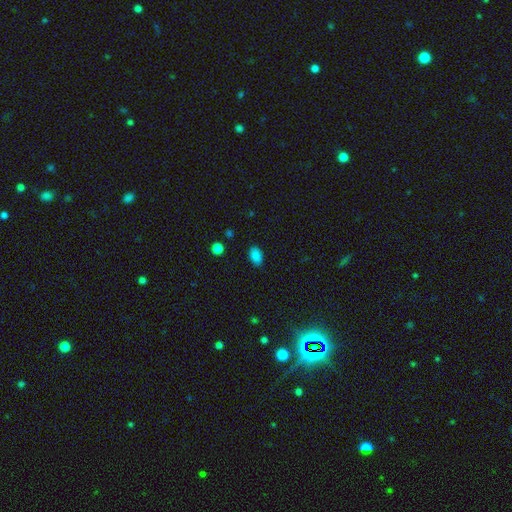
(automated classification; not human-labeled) This is clearly a smooth galaxy (86%). How rounded: clearly in between (90%). Merging: clearly none (86%).